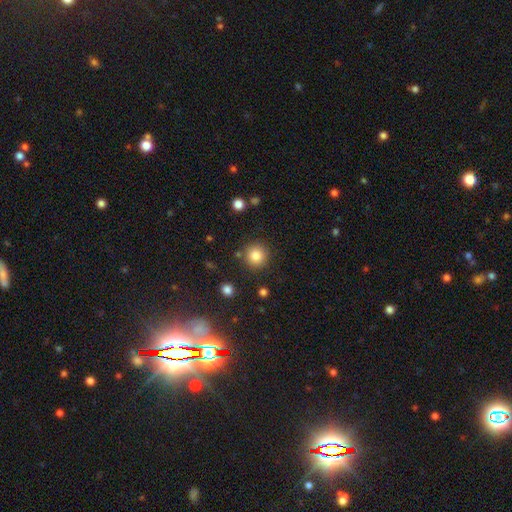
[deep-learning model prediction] The model was most divided on "smooth or featured": smooth: 83%, star or artifact: 11%, featured or disk: 6%. More confident: how rounded — round (94%); merging — none (86%).